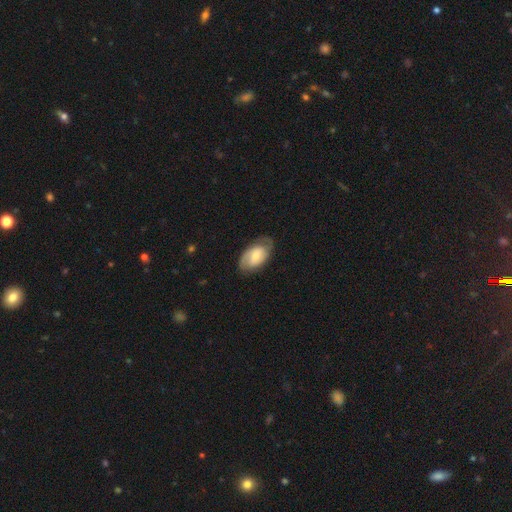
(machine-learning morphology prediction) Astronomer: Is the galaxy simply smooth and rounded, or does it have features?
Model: featured or disk — 60%.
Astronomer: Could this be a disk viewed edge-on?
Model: no — 94%.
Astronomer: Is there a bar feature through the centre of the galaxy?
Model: no — 43%, tied with weak at 43%.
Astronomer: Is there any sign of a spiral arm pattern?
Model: yes — 84%.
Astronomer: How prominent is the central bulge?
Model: small — 46% (runner-up: moderate, 43%).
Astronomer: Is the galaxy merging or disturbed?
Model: none — 71%.